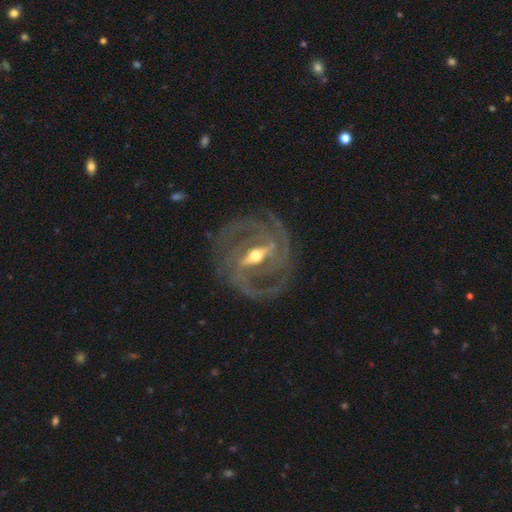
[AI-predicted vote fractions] A featured or disk galaxy (92%) with a strong bar (74%), 2 (52%) tight (56%) spiral arms (96%) and a moderate central bulge (66%). Merging: none (79%).